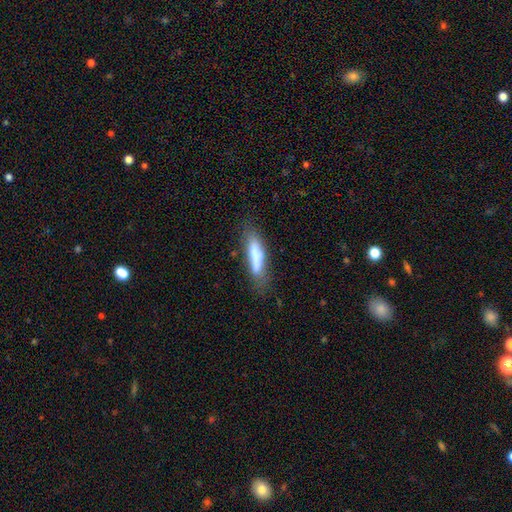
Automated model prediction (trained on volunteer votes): This is likely a smooth galaxy (74%). How rounded: likely cigar-shaped (73%). Merging: likely none (61%).